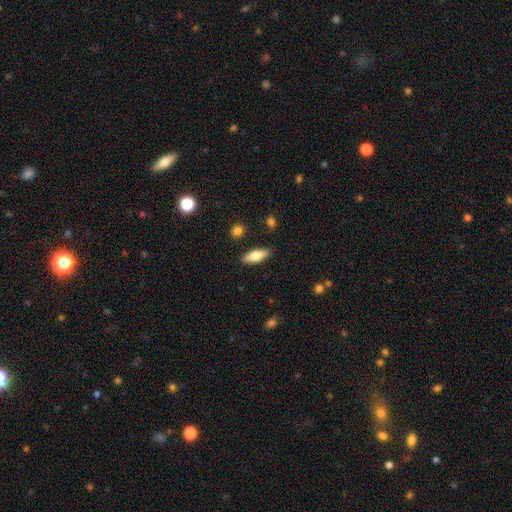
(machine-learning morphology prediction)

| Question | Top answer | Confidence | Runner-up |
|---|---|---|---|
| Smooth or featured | smooth | 69% | featured or disk (25%) |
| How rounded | in between | 64% | cigar-shaped (33%) |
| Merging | none | 87% | minor disturbance (9%) |